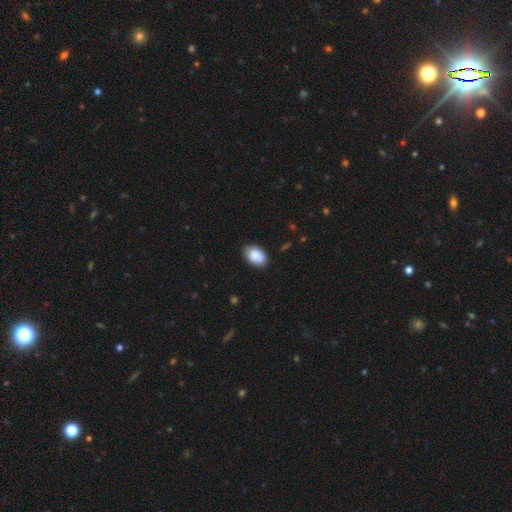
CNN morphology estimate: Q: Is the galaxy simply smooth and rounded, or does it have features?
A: smooth — 88%.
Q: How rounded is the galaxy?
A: in between — 89%.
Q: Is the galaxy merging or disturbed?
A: none — 79%.